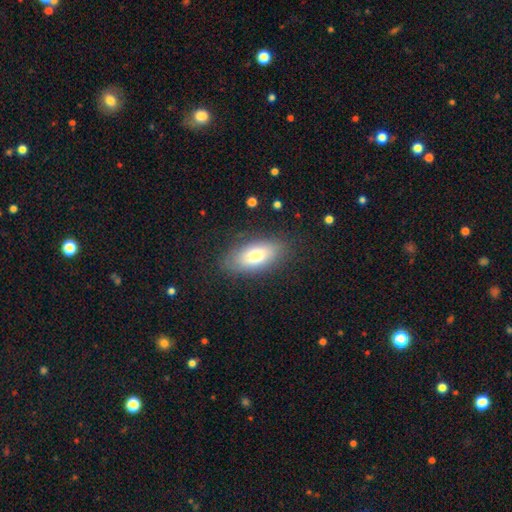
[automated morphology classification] smooth-or-featured: smooth: 72% | featured or disk: 21% | star or artifact: 7%
  how-rounded: in between: 85% | cigar-shaped: 11% | round: 4%
  merging: none: 82% | minor disturbance: 13% | major disturbance: 4% | merger: 1%